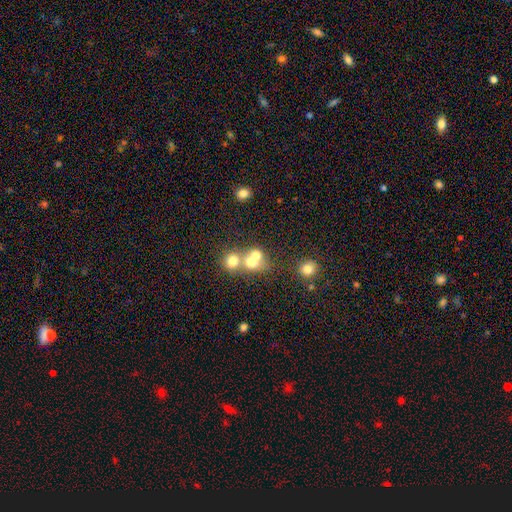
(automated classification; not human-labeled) smooth 67%, featured or disk 19%, star or artifact 15%. Down the decision tree: how rounded — round (76%); merging — merger (58%).